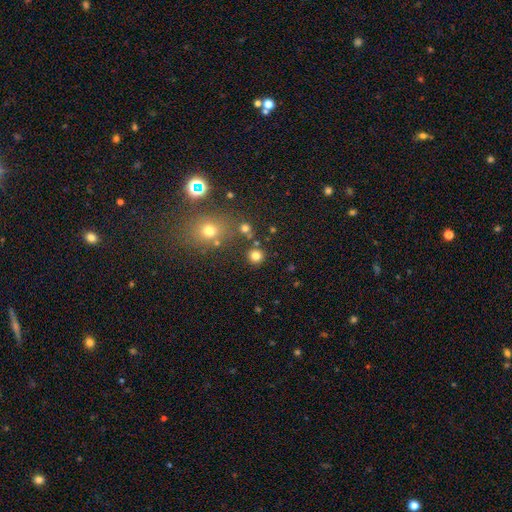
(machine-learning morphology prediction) Smooth or featured? smooth (79%)
How rounded? round (93%)
Merging? none (85%)